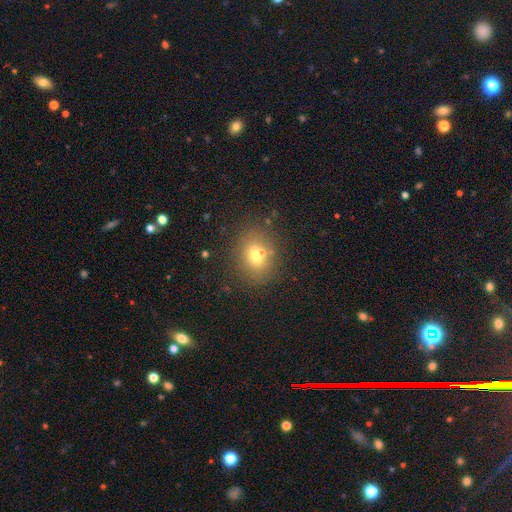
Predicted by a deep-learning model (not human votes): The model was most divided on "how rounded": round: 57%, in between: 42%, cigar-shaped: 1%. More confident: smooth or featured — smooth (66%); merging — none (62%).